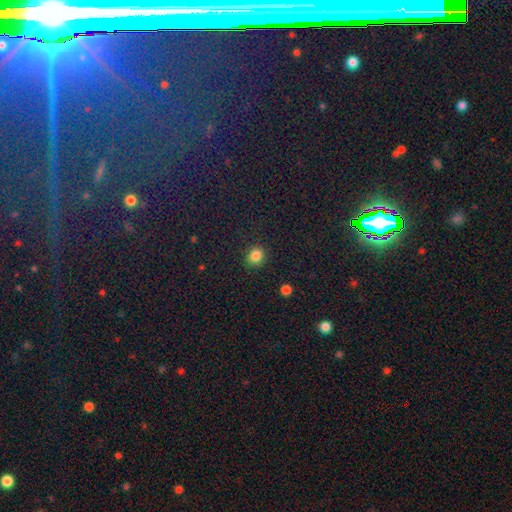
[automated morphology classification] A smooth galaxy with no disk features (85%) that is round (73%). Merging: none (88%).